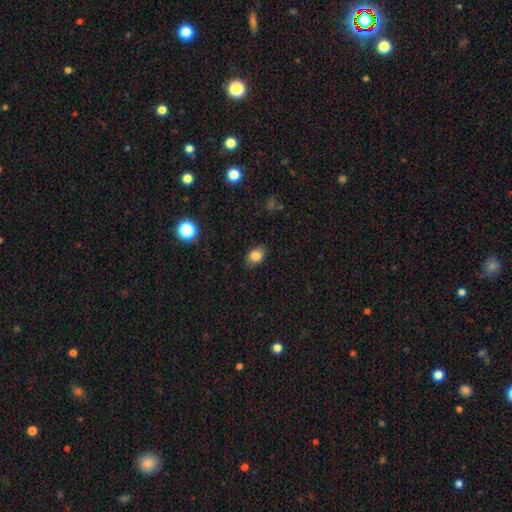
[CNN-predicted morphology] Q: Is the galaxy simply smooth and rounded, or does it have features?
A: smooth — 83%.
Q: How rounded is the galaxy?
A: in between — 72%.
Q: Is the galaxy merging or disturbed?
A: none — 84%.